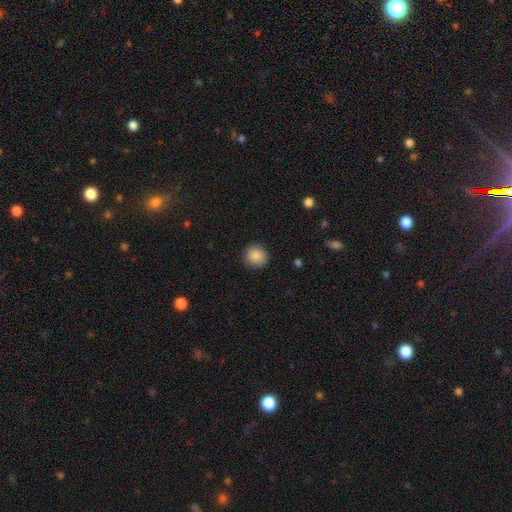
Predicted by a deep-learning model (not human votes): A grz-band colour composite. It shows a smooth galaxy with no disk features (88%) that is round (91%). Merging: none (90%).